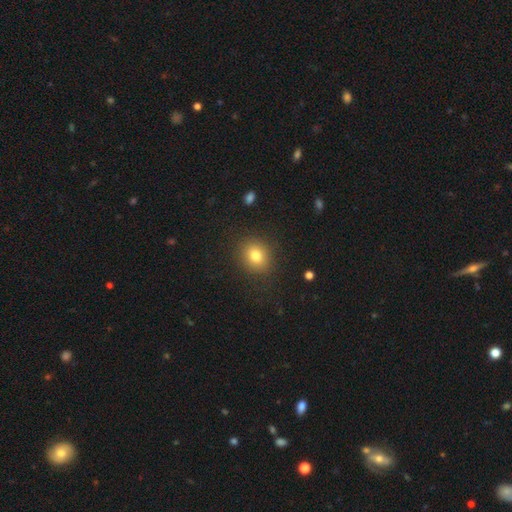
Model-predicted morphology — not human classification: Smooth or featured? smooth (80%)
How rounded? round (68%)
Merging? none (87%)